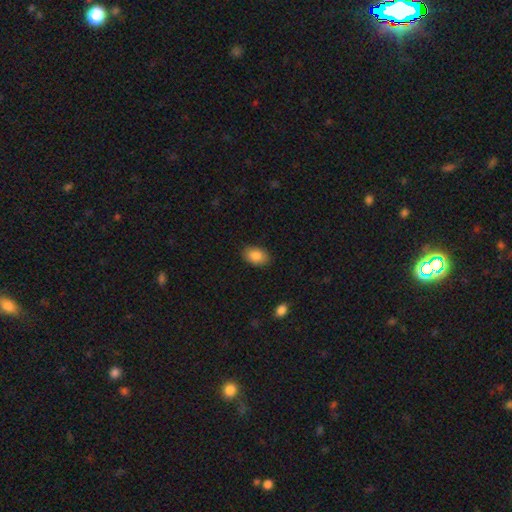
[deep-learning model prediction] Smooth or featured?
  - smooth: 86% *
  - star or artifact: 7%
  - featured or disk: 7%
How rounded?
  - in between: 86% *
  - round: 12%
  - cigar-shaped: 1%
Merging?
  - none: 87% *
  - minor disturbance: 10%
  - major disturbance: 2%
  - merger: 1%